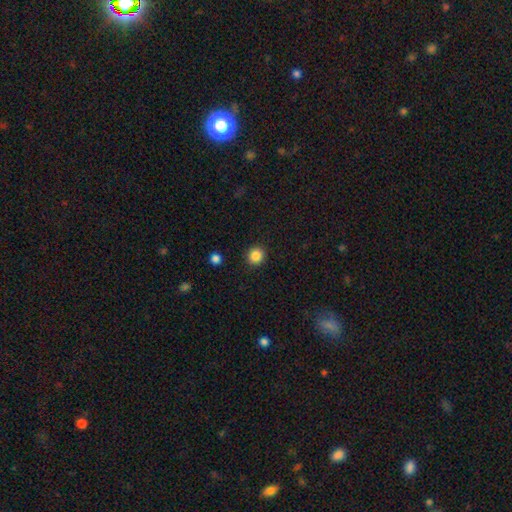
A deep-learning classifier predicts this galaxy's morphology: The model was most divided on "smooth or featured": smooth: 86%, star or artifact: 11%, featured or disk: 4%. More confident: merging — none (92%); how rounded — round (90%).